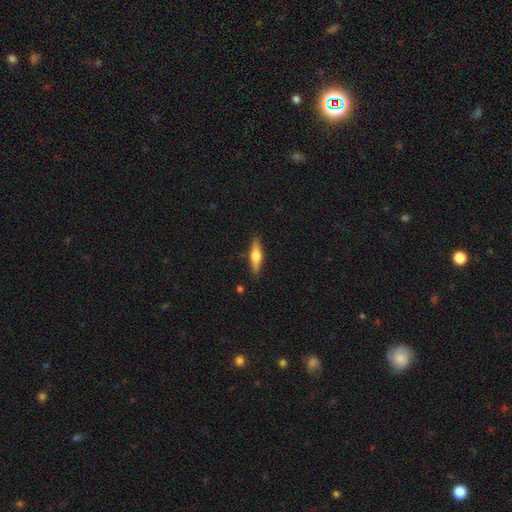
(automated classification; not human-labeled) A featured or disk galaxy (48%).

Vote fractions:
- Smooth or featured? featured or disk: 48% / smooth: 46% / star or artifact: 6%
- Merging? none: 88% / minor disturbance: 9% / major disturbance: 2% / merger: 1%